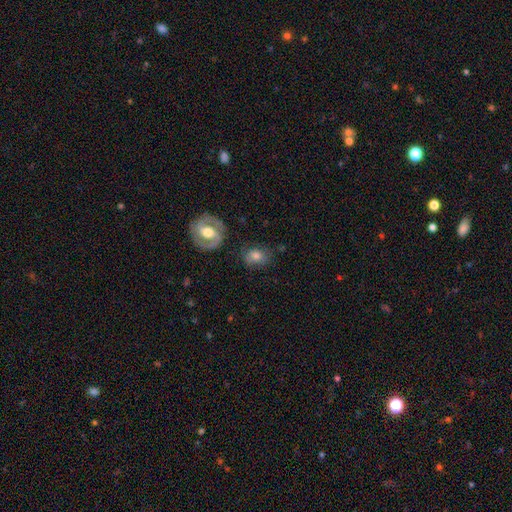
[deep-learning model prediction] Morphology: type=smooth (61%); roundness=in between (51%); merging=none (74%).